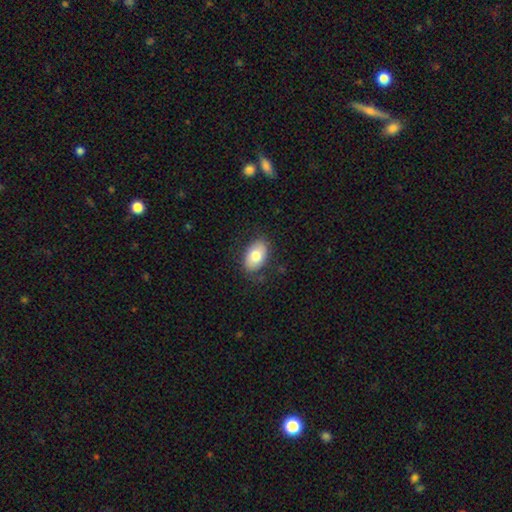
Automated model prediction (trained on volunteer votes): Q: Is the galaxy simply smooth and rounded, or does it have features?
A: smooth — 78%.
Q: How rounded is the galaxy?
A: in between — 90%.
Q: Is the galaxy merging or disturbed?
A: none — 80%.